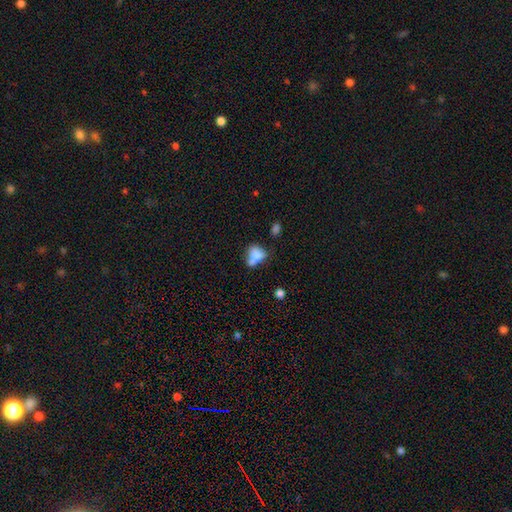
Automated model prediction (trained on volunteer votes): Overall: smooth (73%). How rounded: in between (66%; round 32%). Merging: merger (42%; none 30%).